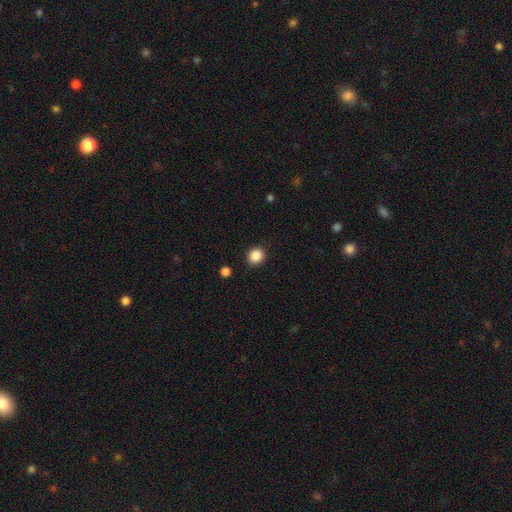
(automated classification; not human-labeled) Smooth or featured? smooth (87%)
How rounded? round (86%)
Merging? none (90%)